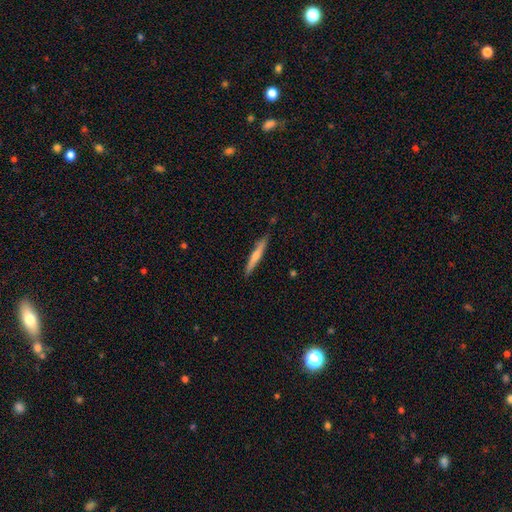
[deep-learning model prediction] This is possibly a smooth galaxy (60%). How rounded: clearly cigar-shaped (94%). Merging: clearly none (86%).